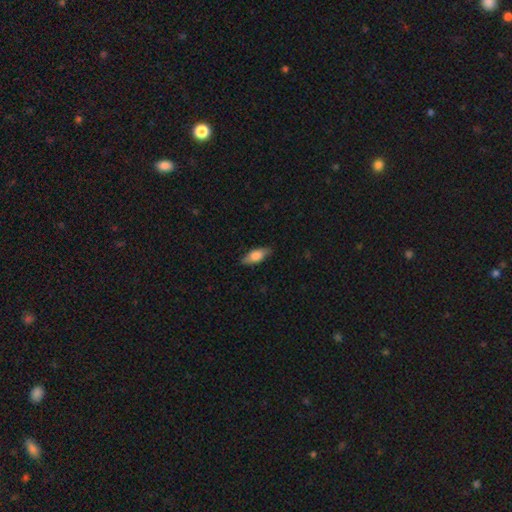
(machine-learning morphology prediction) This appears to be a smooth galaxy with no disk features (72%) that is in between round and cigar-shaped (76%). Merging: none (83%).